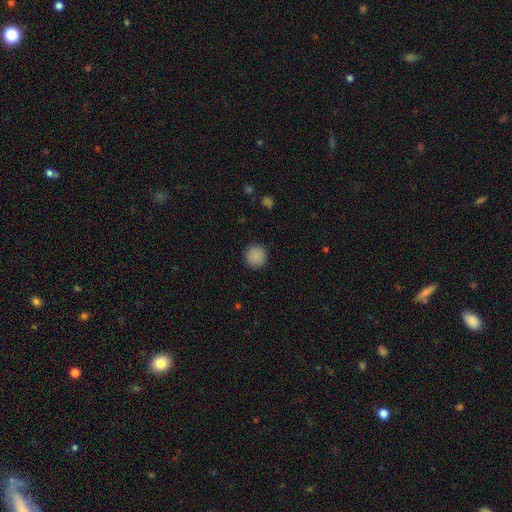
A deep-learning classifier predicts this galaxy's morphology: Smooth or featured?
  - smooth: 88% *
  - star or artifact: 8%
  - featured or disk: 3%
How rounded?
  - round: 95% *
  - in between: 4%
  - cigar-shaped: 1%
Merging?
  - none: 92% *
  - minor disturbance: 5%
  - major disturbance: 2%
  - merger: 1%